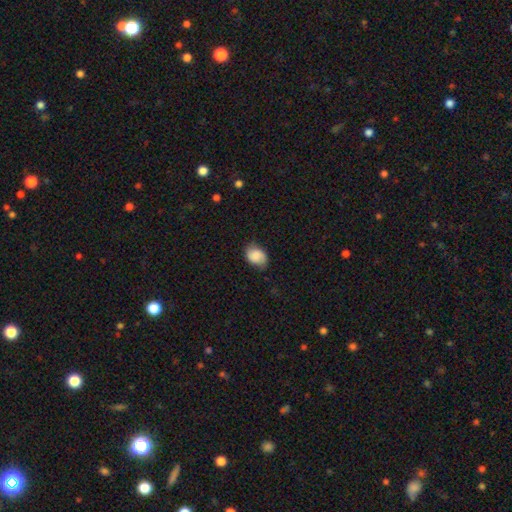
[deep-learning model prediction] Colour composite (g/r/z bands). It shows a smooth galaxy with no disk features (73%) that is in between round and cigar-shaped (69%). Merging: none (66%).